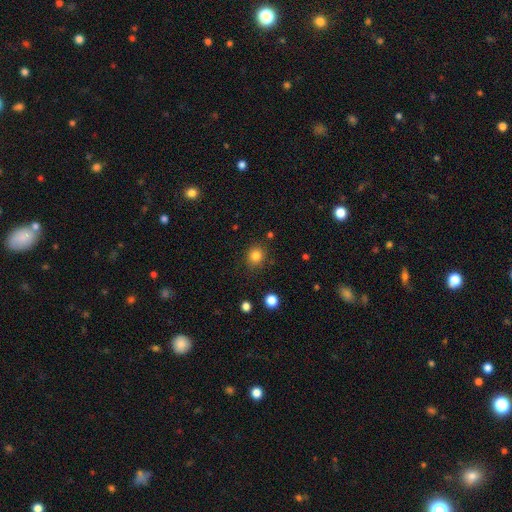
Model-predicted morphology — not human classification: Overall: smooth (82%). How rounded: round (86%). Merging: none (85%).